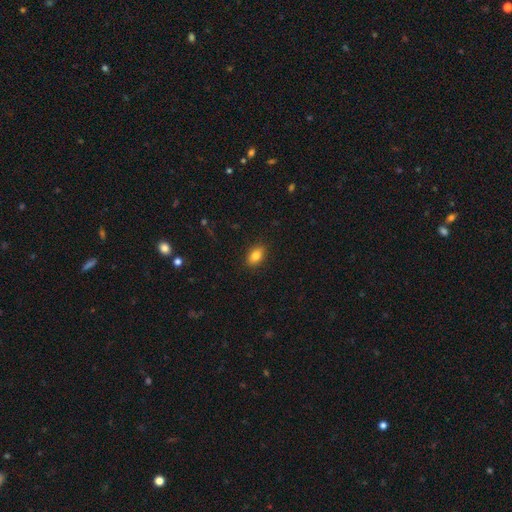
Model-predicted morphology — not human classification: A smooth galaxy with no disk features (84%) that is in between round and cigar-shaped (84%). Merging: none (89%).